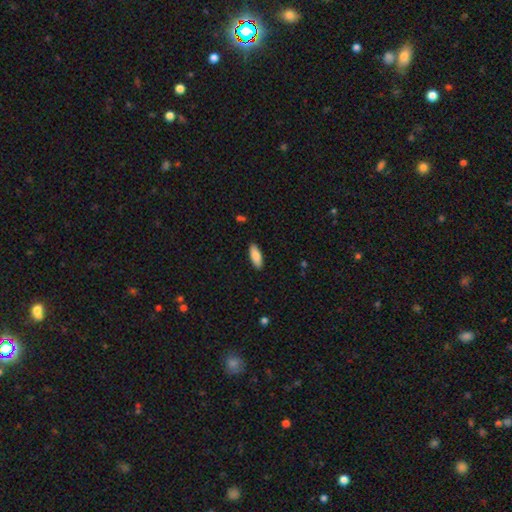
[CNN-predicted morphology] smooth 87%, featured or disk 7%, star or artifact 6%. Down the decision tree: how rounded — in between (73%); merging — none (89%).